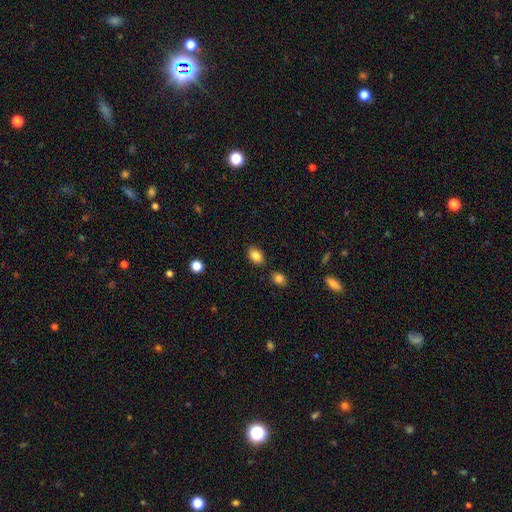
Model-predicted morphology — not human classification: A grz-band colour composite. It shows a smooth galaxy with no disk features (85%) that is in between round and cigar-shaped (85%). Merging: none (81%).